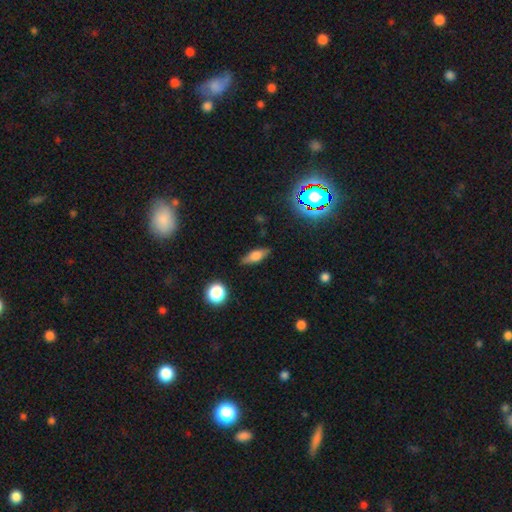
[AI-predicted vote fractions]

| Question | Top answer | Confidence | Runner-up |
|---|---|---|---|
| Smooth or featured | smooth | 55% | featured or disk (33%) |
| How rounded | in between | 59% | cigar-shaped (35%) |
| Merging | none | 83% | minor disturbance (12%) |